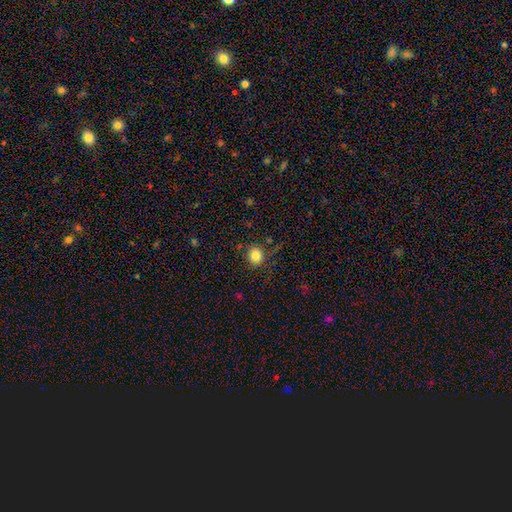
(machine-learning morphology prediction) smooth_or_featured: smooth (p=0.82) [alt: star or artifact p=0.12]
how_rounded: round (p=0.81) [alt: in between p=0.18]
merging: none (p=0.81) [alt: minor disturbance p=0.12]